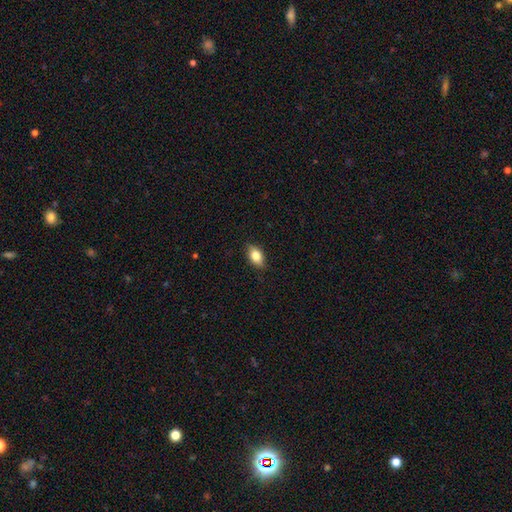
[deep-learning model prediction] Smooth or featured: smooth — 79% (featured or disk — 14%)
How rounded: in between — 86% (round — 9%)
Merging: none — 85% (minor disturbance — 12%)